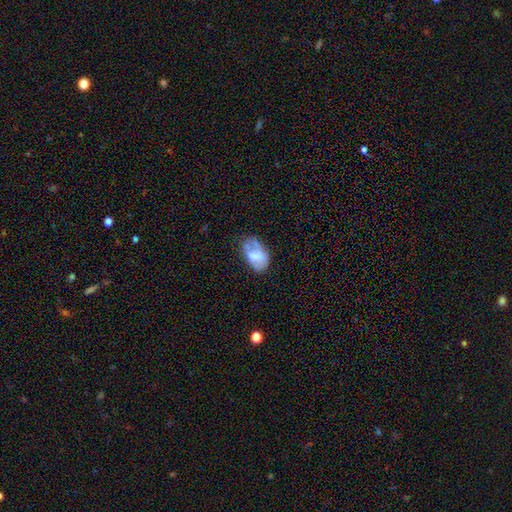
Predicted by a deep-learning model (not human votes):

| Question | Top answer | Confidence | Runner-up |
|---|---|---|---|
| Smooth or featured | smooth | 56% | featured or disk (35%) |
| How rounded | in between | 90% | round (9%) |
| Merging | none | 46% | minor disturbance (30%) |